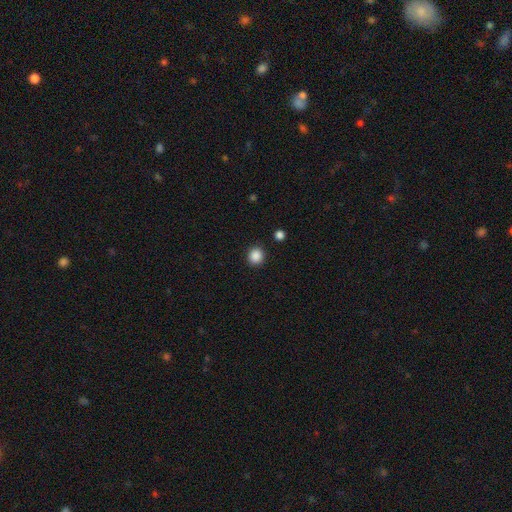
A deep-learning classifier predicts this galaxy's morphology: Smooth or featured? Predicted: smooth (p=0.87). How rounded? Predicted: round (p=0.88). Merging? Predicted: none (p=0.91).